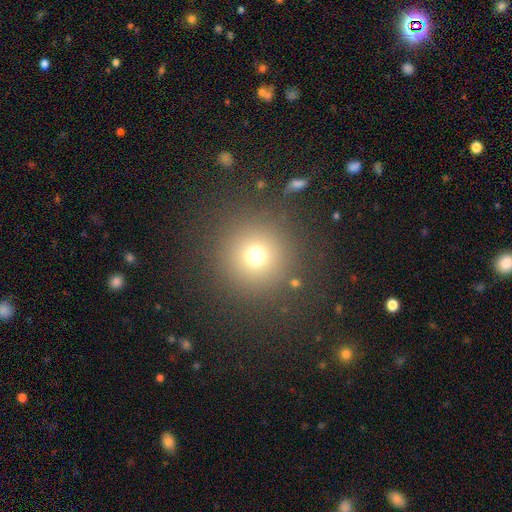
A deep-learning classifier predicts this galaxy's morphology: Q: Smooth or featured?
A: smooth (70%); runner-up: star or artifact (20%)
Q: How rounded?
A: round (95%); runner-up: in between (4%)
Q: Merging?
A: none (86%); runner-up: minor disturbance (7%)